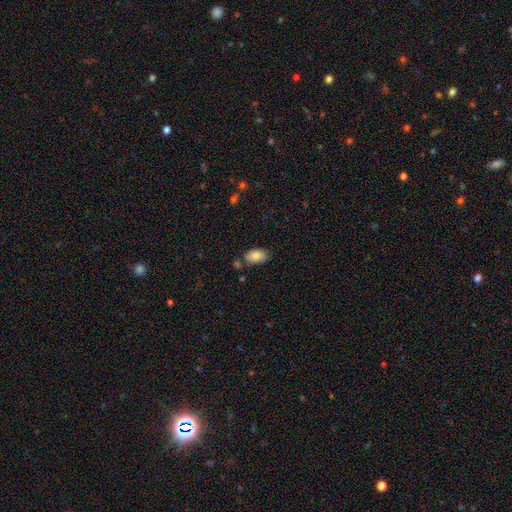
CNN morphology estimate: The model was most divided on "merging": none: 73%, minor disturbance: 15%, merger: 8%, major disturbance: 4%. More confident: how rounded — in between (93%); smooth or featured — smooth (87%).